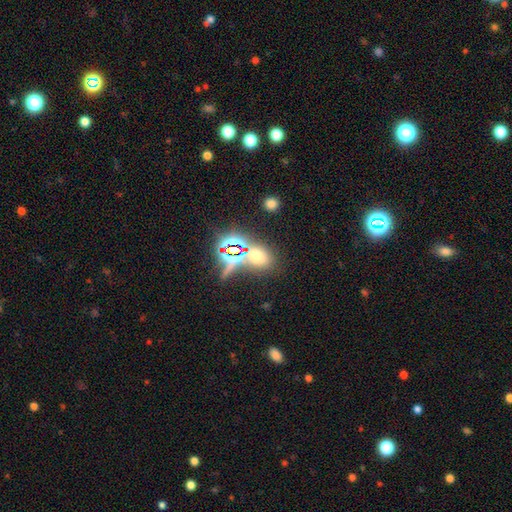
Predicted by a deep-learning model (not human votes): Smooth or featured? Predicted: smooth (p=0.49). Merging? Predicted: none (p=0.66).